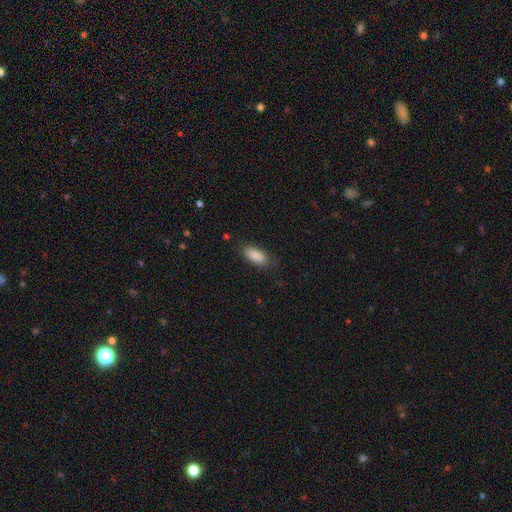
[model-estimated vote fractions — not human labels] Morphology: type=smooth (88%); roundness=in between (87%); merging=none (79%).